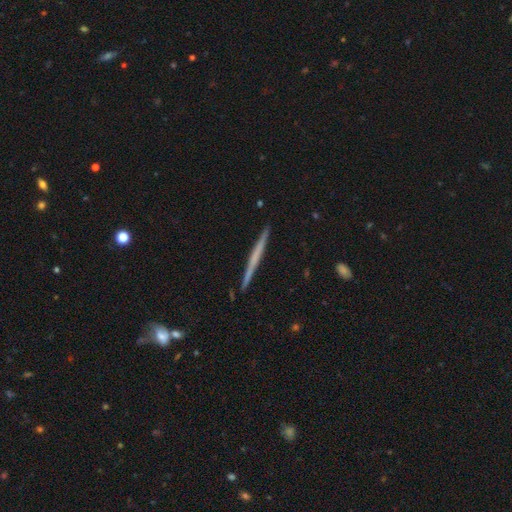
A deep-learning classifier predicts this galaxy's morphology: Overall: featured or disk (56%; smooth 39%). Edge-on disk: yes (98%). Edge-on bulge: none (86%). Merging: none (91%).